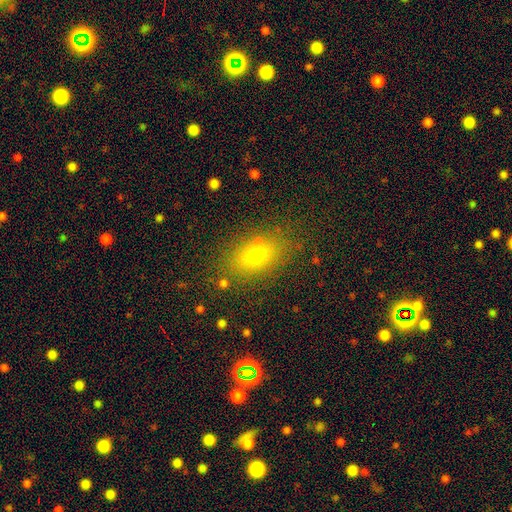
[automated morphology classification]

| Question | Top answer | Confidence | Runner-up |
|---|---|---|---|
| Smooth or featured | smooth | 71% | featured or disk (14%) |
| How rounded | in between | 80% | round (15%) |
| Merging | none | 81% | minor disturbance (12%) |